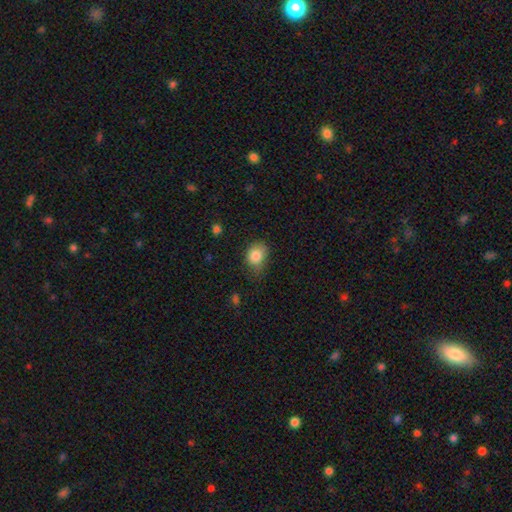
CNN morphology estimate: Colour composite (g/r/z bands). It shows a smooth galaxy with no disk features (85%) that is in between round and cigar-shaped (55%). Merging: none (53%).